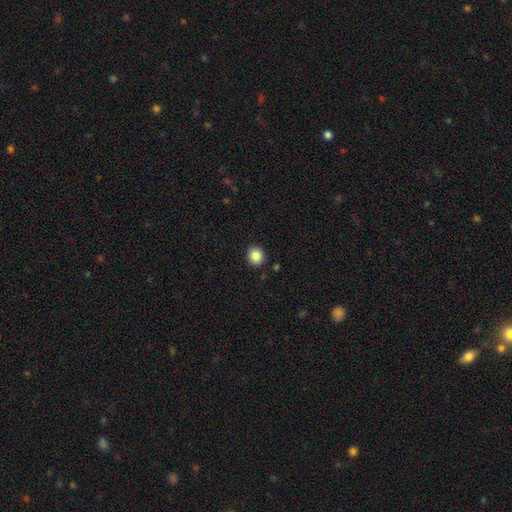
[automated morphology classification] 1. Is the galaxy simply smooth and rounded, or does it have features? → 87% smooth, 9% star or artifact, 4% featured or disk.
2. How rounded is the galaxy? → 83% round, 16% in between, 1% cigar-shaped.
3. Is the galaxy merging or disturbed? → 91% none, 6% minor disturbance, 2% major disturbance, 1% merger.